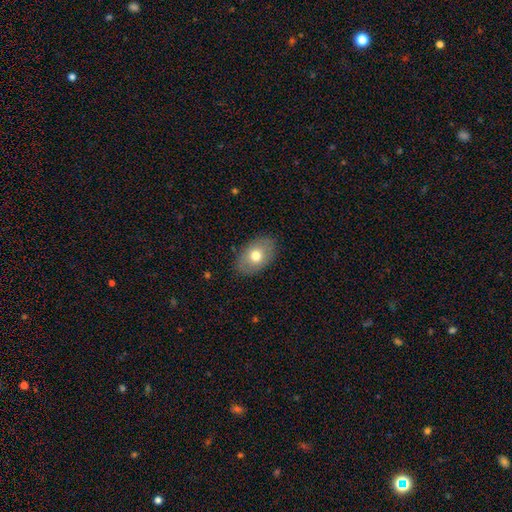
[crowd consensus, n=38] smooth_or_featured: smooth (p=0.68) [alt: featured or disk p=0.29]
how_rounded: in between (p=0.92) [alt: round p=0.08]
merging: none (p=0.89) [alt: minor disturbance p=0.08]